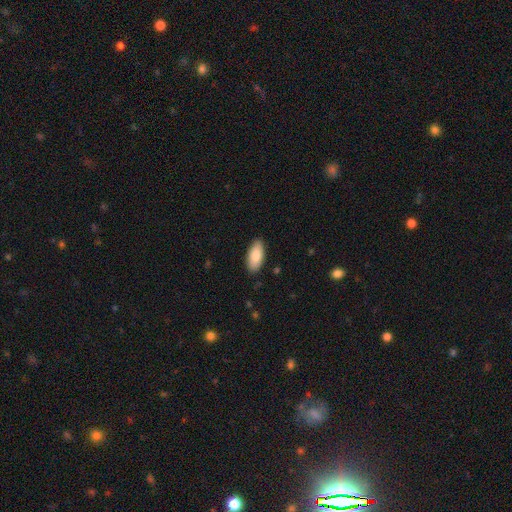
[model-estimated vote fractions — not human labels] smooth 87%, featured or disk 8%, star or artifact 6%. Down the decision tree: how rounded — in between (90%); merging — none (87%).